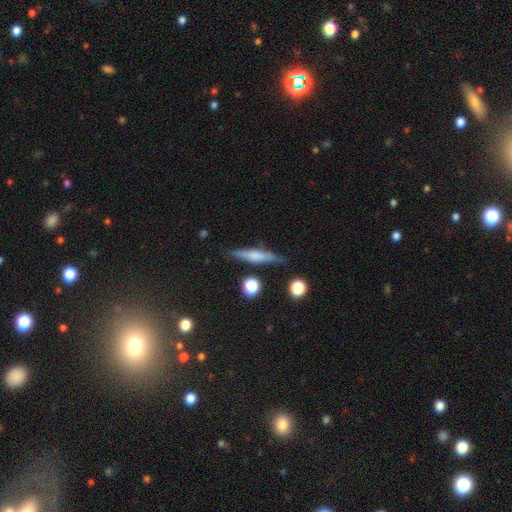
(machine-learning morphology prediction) This is possibly a smooth galaxy (49%). Merging: clearly none (81%).